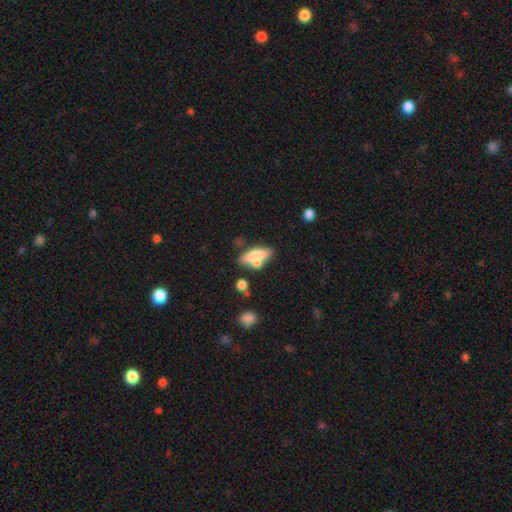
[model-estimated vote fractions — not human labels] Overall: smooth (62%; featured or disk 30%). How rounded: in between (55%; cigar-shaped 41%). Merging: none (52%; merger 25%).